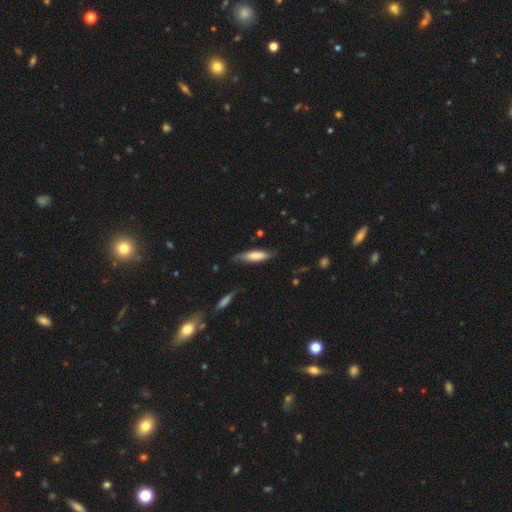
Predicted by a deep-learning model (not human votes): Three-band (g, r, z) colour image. It shows a smooth galaxy with no disk features (69%) that is cigar-shaped (62%). Merging: none (65%).